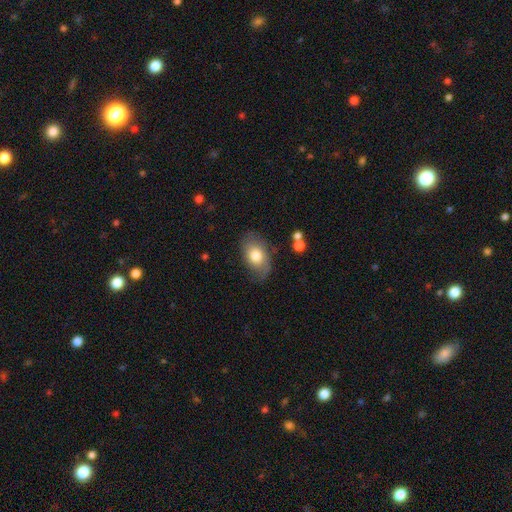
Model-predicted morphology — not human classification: Smooth or featured? Predicted: smooth (p=0.71). How rounded? Predicted: in between (p=0.88). Merging? Predicted: none (p=0.70).